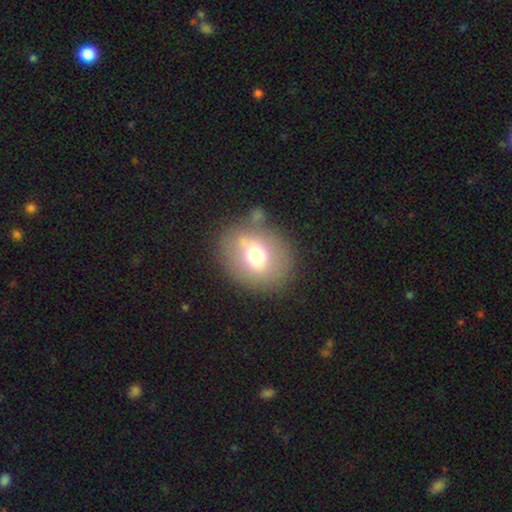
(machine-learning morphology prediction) smooth_or_featured: smooth (p=0.61) [alt: featured or disk p=0.27]
how_rounded: round (p=0.62) [alt: in between p=0.36]
merging: none (p=0.69) [alt: minor disturbance p=0.14]